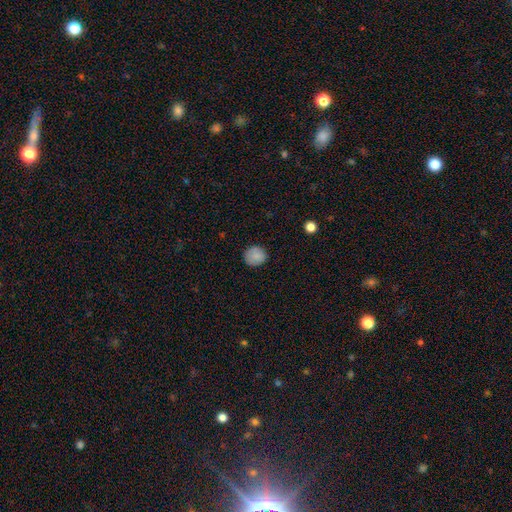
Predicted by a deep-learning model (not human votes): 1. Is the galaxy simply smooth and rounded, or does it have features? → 85% smooth, 8% star or artifact, 6% featured or disk.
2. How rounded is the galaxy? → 89% round, 10% in between, 1% cigar-shaped.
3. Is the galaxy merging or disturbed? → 87% none, 10% minor disturbance, 2% major disturbance, 1% merger.